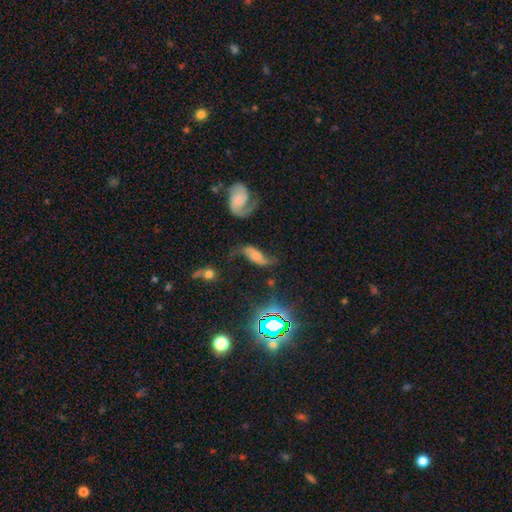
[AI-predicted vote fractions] Overall: featured or disk (67%). Edge-on disk: no (89%). Bar: no (55%; weak 30%). Spiral arms: yes (92%). Spiral arm count: 2 (90%). Spiral winding: loose (85%). Bulge size: none (32%; moderate 25%). Merging: none (53%; minor disturbance 22%).